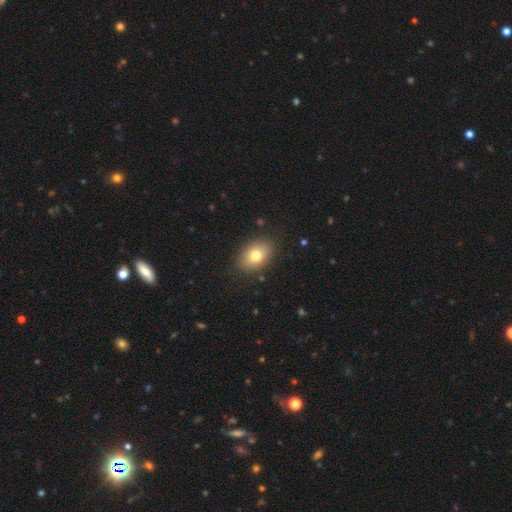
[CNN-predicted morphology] This appears to be a smooth galaxy with no disk features (77%) that is in between round and cigar-shaped (81%). Merging: none (86%).